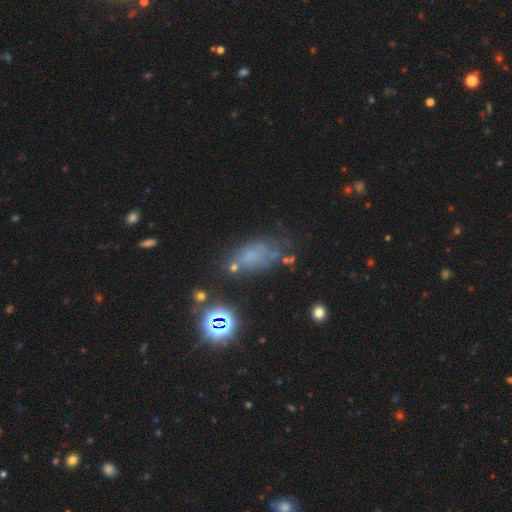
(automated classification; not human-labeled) A star or artifact, not a galaxy (41%).